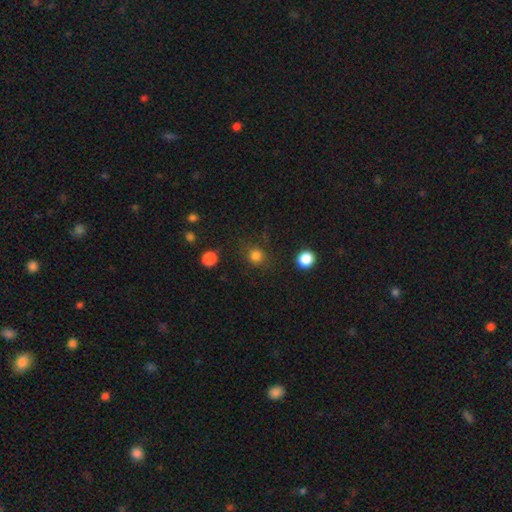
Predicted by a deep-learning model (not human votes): smooth_or_featured: smooth (p=0.81) [alt: star or artifact p=0.14]
how_rounded: round (p=0.89) [alt: in between p=0.10]
merging: none (p=0.83) [alt: minor disturbance p=0.10]